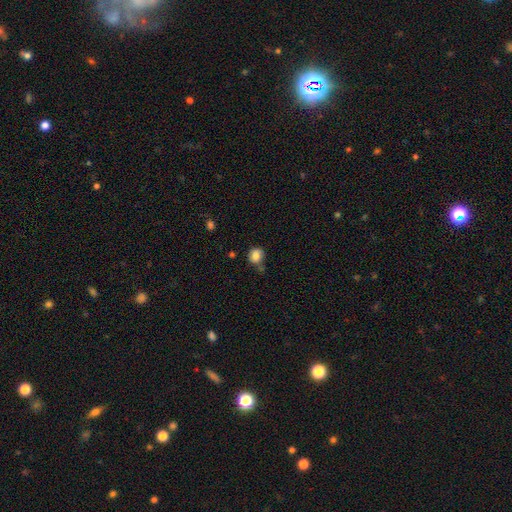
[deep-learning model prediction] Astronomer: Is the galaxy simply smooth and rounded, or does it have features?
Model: smooth — 82%.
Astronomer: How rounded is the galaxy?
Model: round — 70%.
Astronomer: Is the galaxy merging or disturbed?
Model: none — 58%.